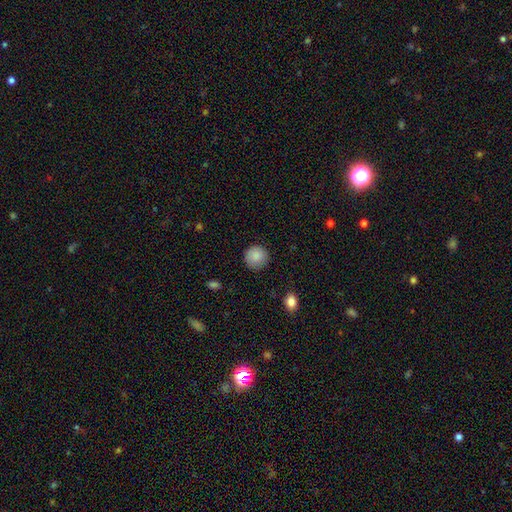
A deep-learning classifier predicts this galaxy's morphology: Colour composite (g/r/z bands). It shows a smooth galaxy with no disk features (88%) that is round (93%). Merging: none (87%).